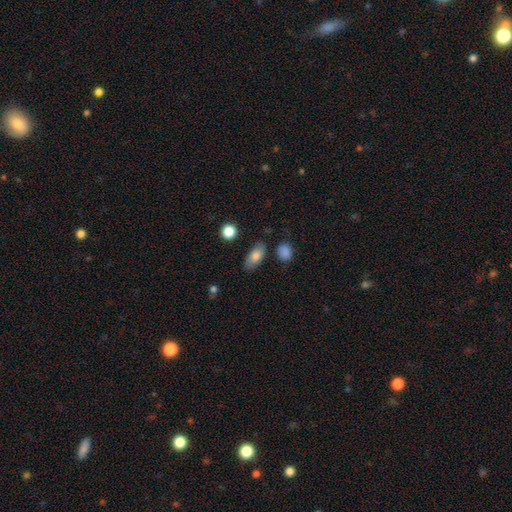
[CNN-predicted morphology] smooth_or_featured: smooth (p=0.80) [alt: featured or disk p=0.12]
how_rounded: in between (p=0.84) [alt: cigar-shaped p=0.11]
merging: none (p=0.81) [alt: minor disturbance p=0.13]